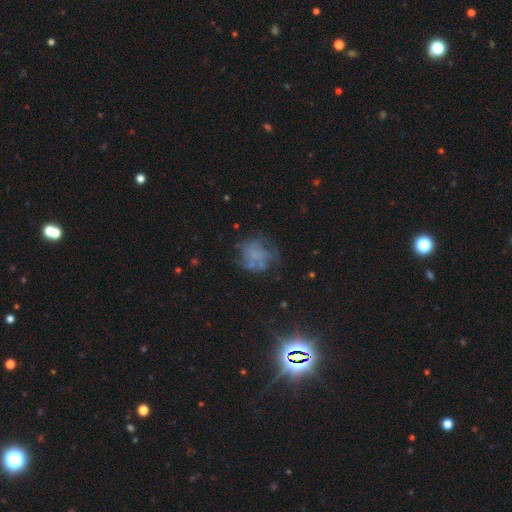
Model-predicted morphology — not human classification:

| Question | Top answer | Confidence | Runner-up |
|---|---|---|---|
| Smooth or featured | featured or disk | 49% | smooth (34%) |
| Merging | none | 48% | major disturbance (25%) |